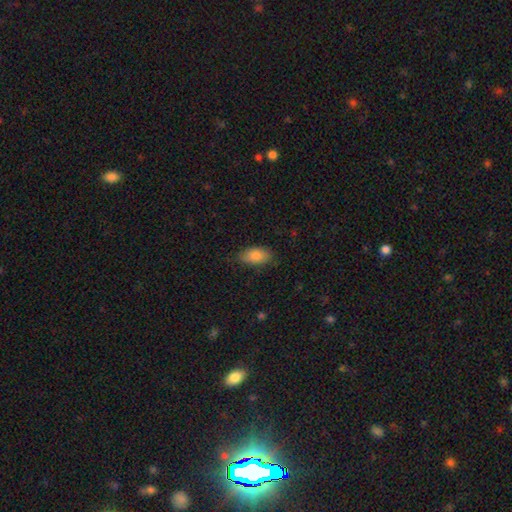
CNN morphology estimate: A smooth galaxy with no disk features (85%) that is in between round and cigar-shaped (93%). Merging: none (78%).